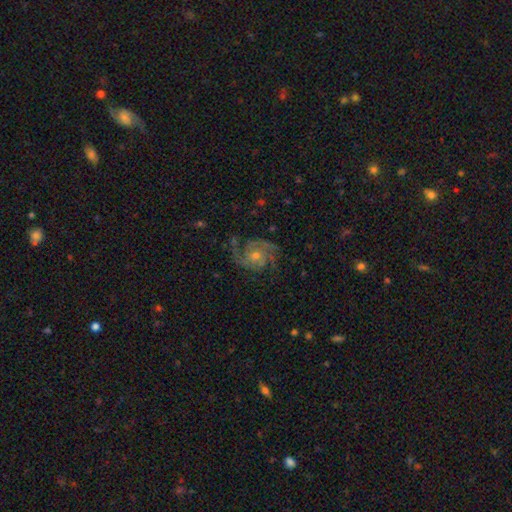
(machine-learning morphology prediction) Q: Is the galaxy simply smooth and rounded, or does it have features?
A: featured or disk — 86%.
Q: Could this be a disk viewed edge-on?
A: no — 98%.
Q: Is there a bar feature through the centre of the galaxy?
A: no — 75%.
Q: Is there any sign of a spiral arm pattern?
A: yes — 97%.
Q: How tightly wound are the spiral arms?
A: medium — 49%.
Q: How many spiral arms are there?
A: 2 — 46%.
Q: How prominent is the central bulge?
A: moderate — 48%.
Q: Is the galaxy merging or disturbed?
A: none — 71%.